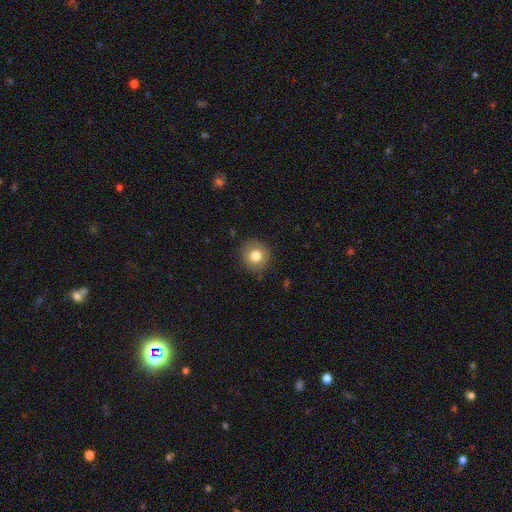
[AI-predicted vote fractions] Smooth or featured? Predicted: smooth (p=0.80). How rounded? Predicted: round (p=0.92). Merging? Predicted: none (p=0.88).